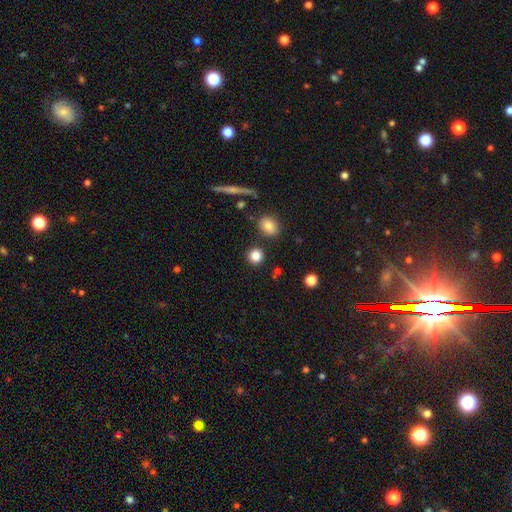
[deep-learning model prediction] A smooth galaxy with no disk features (84%) that is round (91%). Merging: none (87%).